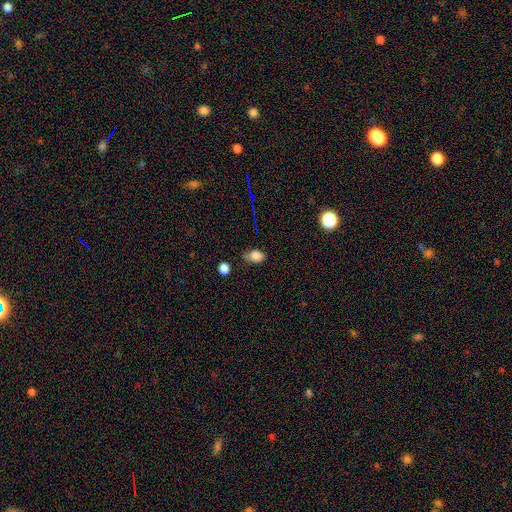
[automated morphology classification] This is clearly a smooth galaxy (82%). How rounded: clearly in between (80%). Merging: possibly none (54%).